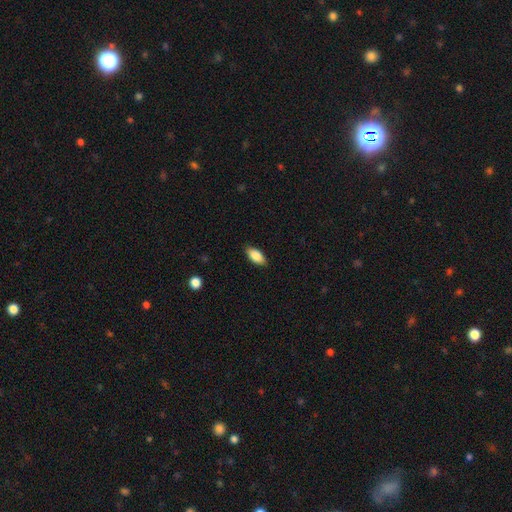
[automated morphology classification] This is clearly a smooth galaxy (86%). How rounded: clearly in between (90%). Merging: clearly none (87%).